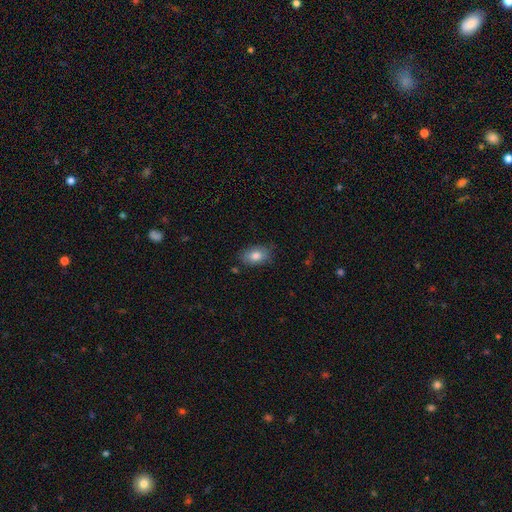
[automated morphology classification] smooth-or-featured: smooth: 82% | featured or disk: 10% | star or artifact: 8%
  how-rounded: in between: 88% | round: 10% | cigar-shaped: 2%
  merging: none: 81% | minor disturbance: 15% | major disturbance: 3% | merger: 2%